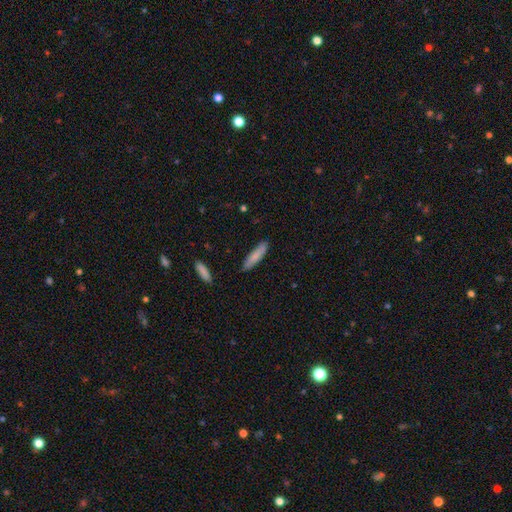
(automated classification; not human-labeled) Smooth or featured? smooth (82%)
How rounded? cigar-shaped (80%)
Merging? none (86%)